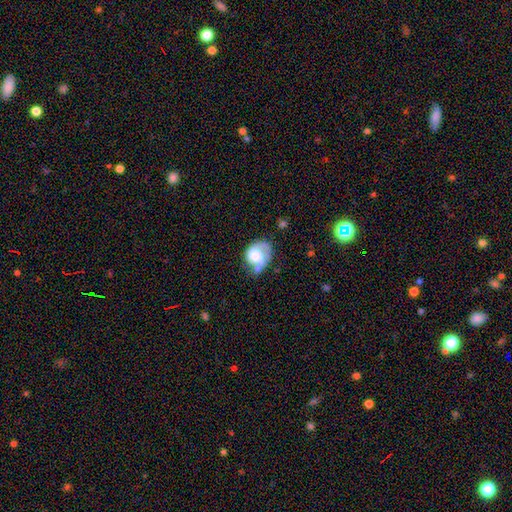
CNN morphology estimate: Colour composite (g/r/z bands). It shows a featured or disk galaxy (47%). Merging: none (38%).